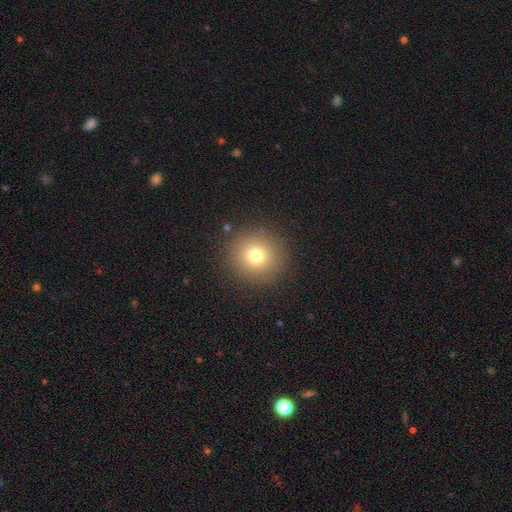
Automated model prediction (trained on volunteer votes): Morphology: type=smooth (74%); roundness=round (95%); merging=none (89%).